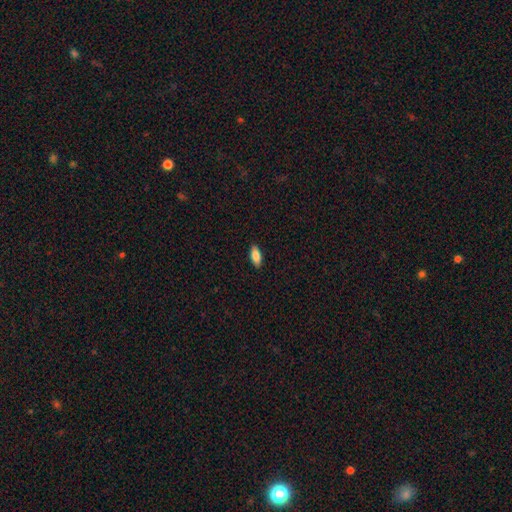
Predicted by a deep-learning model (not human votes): smooth-or-featured: smooth: 84% | featured or disk: 10% | star or artifact: 6%
  how-rounded: in between: 83% | cigar-shaped: 15% | round: 2%
  merging: none: 90% | minor disturbance: 8% | major disturbance: 2% | merger: 1%